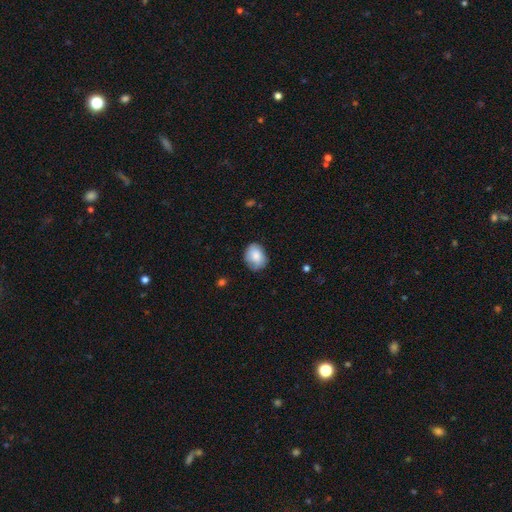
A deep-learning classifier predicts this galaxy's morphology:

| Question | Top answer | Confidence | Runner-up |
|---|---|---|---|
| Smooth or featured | smooth | 82% | featured or disk (11%) |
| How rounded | in between | 58% | round (41%) |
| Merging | none | 71% | minor disturbance (23%) |